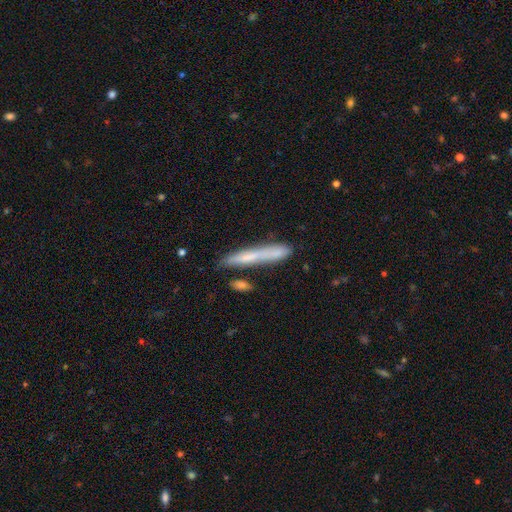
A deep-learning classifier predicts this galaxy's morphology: Smooth or featured: smooth — 60% (featured or disk — 32%)
How rounded: cigar-shaped — 94% (in between — 4%)
Merging: none — 71% (minor disturbance — 16%)